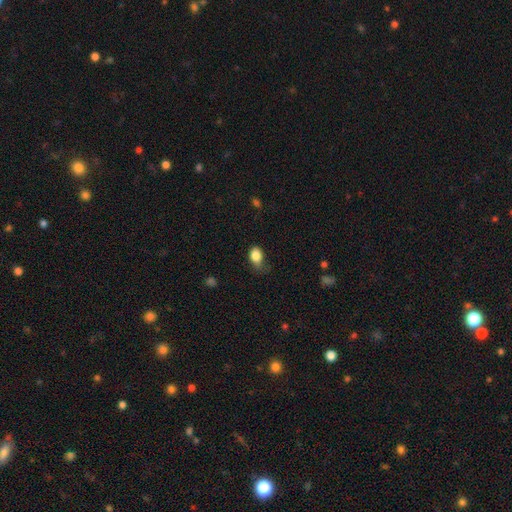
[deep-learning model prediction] This appears to be a smooth galaxy with no disk features (85%) that is in between round and cigar-shaped (77%). Merging: none (41%).